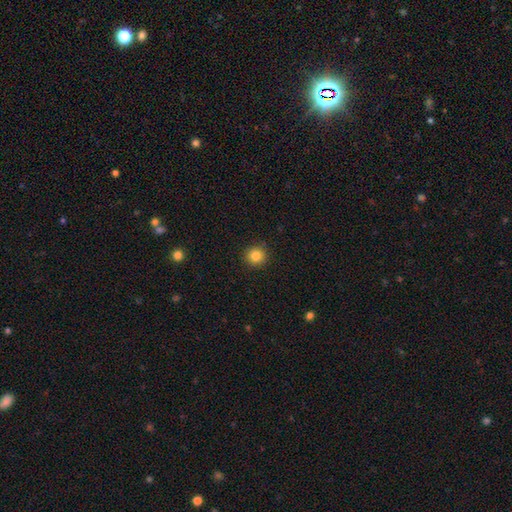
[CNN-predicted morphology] Smooth or featured? smooth (84%)
How rounded? round (94%)
Merging? none (92%)